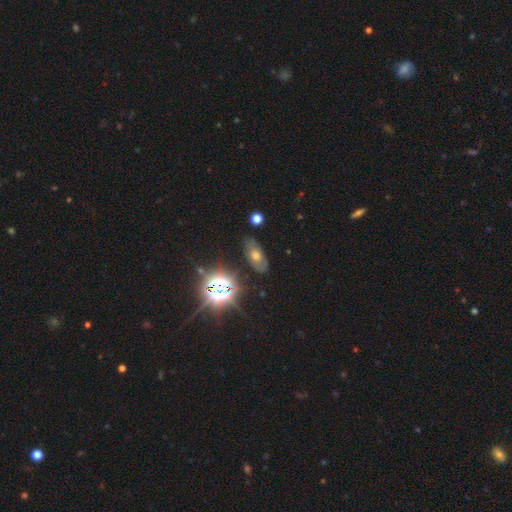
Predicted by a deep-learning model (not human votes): A star or artifact, not a galaxy (34%).